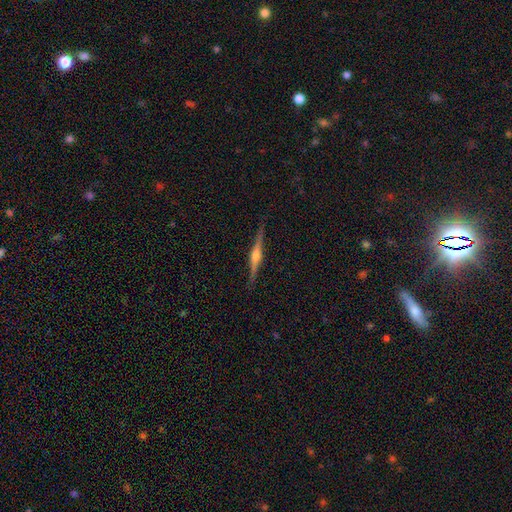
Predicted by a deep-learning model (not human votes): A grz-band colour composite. It shows a featured or disk galaxy (84%) viewed edge-on (98%) with a rounded central bulge (89%). Merging: none (90%).